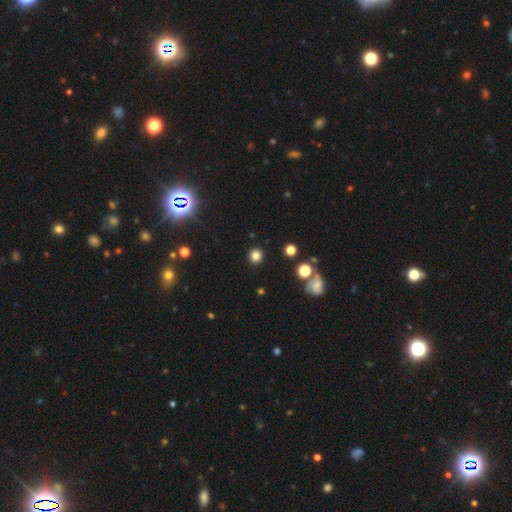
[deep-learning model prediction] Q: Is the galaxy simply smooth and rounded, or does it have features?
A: smooth — 80%.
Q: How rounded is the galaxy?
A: round — 92%.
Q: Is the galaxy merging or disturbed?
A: none — 90%.